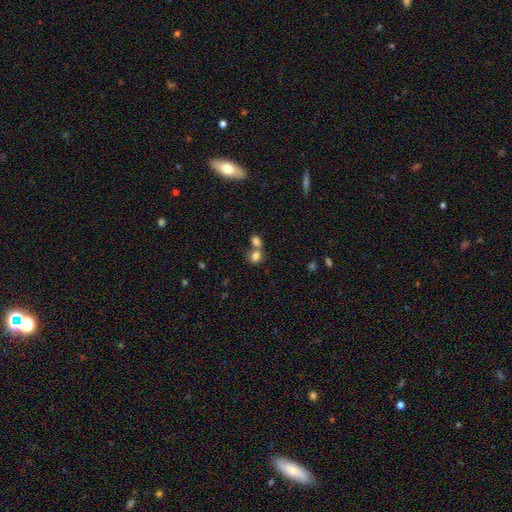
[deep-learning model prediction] smooth-or-featured: smooth: 80% | star or artifact: 11% | featured or disk: 9%
  how-rounded: in between: 51% | round: 47% | cigar-shaped: 1%
  merging: merger: 56% | none: 33% | minor disturbance: 8% | major disturbance: 4%